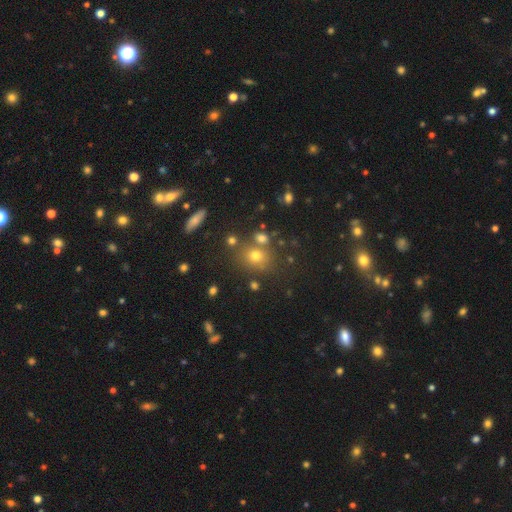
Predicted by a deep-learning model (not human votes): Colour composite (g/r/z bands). It shows a smooth galaxy with no disk features (63%) that is round (72%). Merging: none (71%).